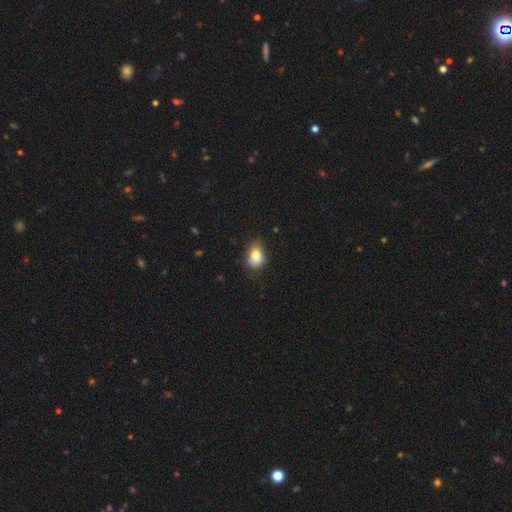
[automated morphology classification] smooth-or-featured: smooth: 80% | featured or disk: 11% | star or artifact: 9%
  how-rounded: in between: 70% | round: 29% | cigar-shaped: 1%
  merging: none: 67% | minor disturbance: 26% | major disturbance: 5% | merger: 2%